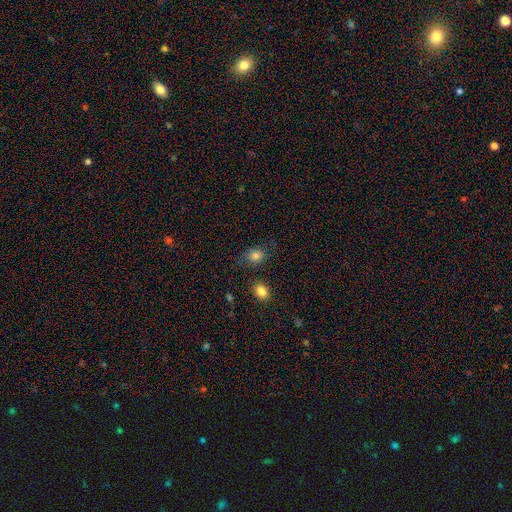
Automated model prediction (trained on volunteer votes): A smooth galaxy with no disk features (81%) that is round (54%).

Vote fractions:
- Smooth or featured? smooth: 81% / star or artifact: 11% / featured or disk: 8%
- How rounded? round: 54% / in between: 44% / cigar-shaped: 1%
- Merging? none: 69% / minor disturbance: 19% / major disturbance: 7% / merger: 5%